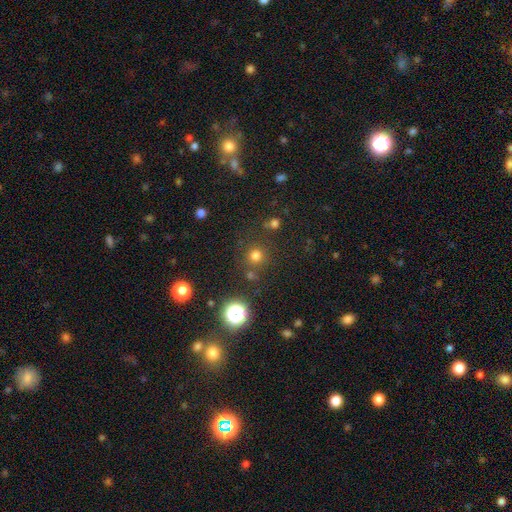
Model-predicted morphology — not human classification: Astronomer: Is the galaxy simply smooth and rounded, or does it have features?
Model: smooth — 73%.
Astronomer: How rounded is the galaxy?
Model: round — 93%.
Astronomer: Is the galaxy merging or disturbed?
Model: none — 79%.